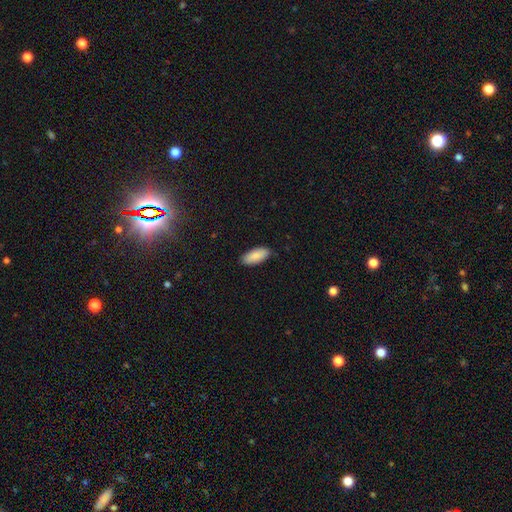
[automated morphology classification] Smooth or featured? Predicted: smooth (p=0.89). How rounded? Predicted: in between (p=0.86). Merging? Predicted: none (p=0.87).